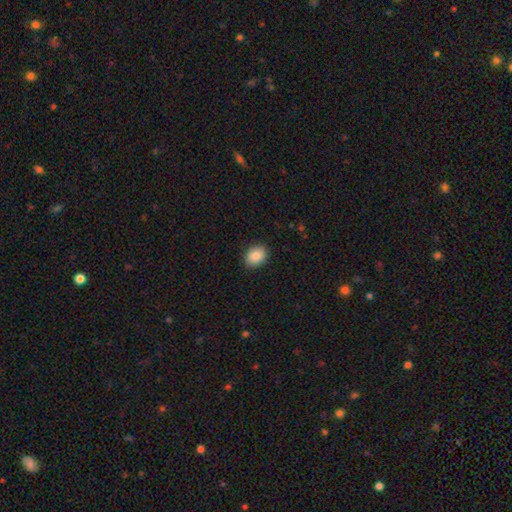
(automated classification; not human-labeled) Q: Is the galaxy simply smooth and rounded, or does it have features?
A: smooth — 87%.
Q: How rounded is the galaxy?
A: in between — 68%.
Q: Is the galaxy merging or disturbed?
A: none — 89%.